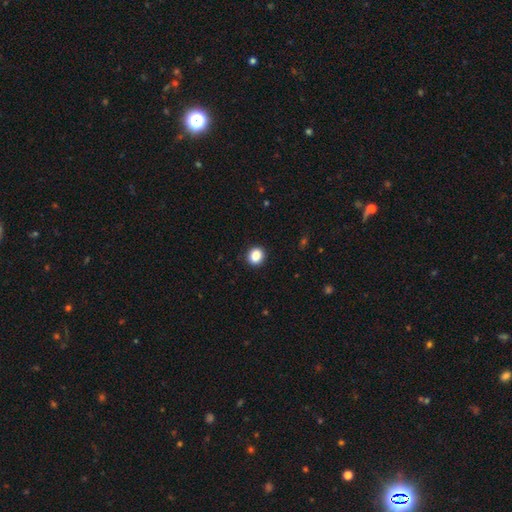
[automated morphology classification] Overall: smooth (88%). How rounded: round (69%; in between 30%). Merging: none (90%).